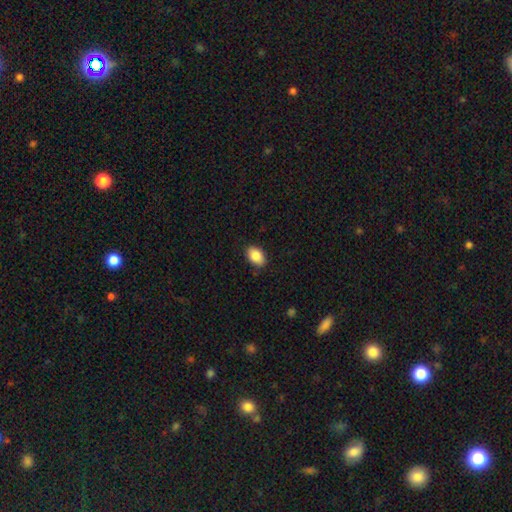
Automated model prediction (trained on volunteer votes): Smooth or featured? Predicted: smooth (p=0.87). How rounded? Predicted: in between (p=0.88). Merging? Predicted: none (p=0.87).